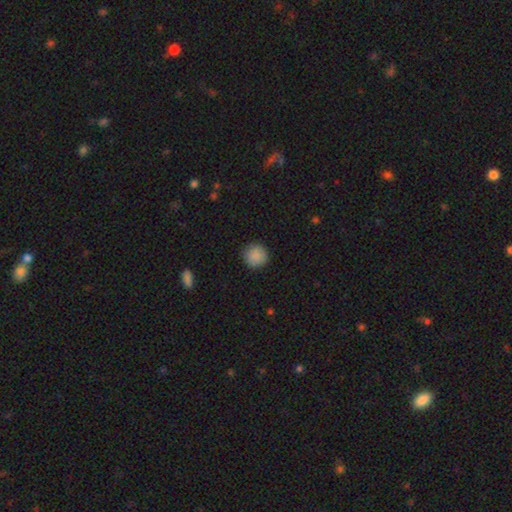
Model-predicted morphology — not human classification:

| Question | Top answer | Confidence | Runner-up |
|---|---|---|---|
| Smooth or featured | smooth | 88% | star or artifact (8%) |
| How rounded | round | 94% | in between (5%) |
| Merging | none | 90% | minor disturbance (7%) |